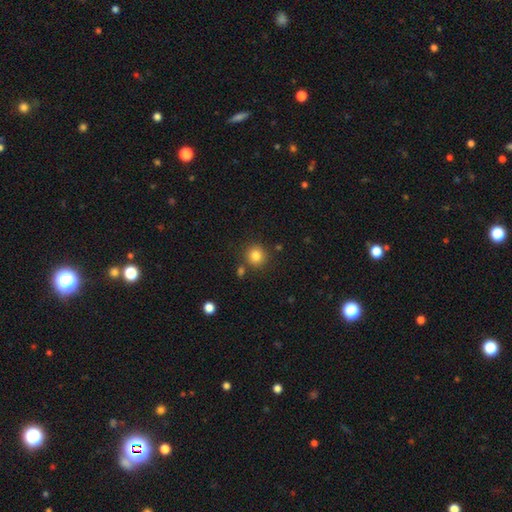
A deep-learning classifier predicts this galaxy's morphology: Smooth or featured? smooth (83%)
How rounded? round (92%)
Merging? none (83%)